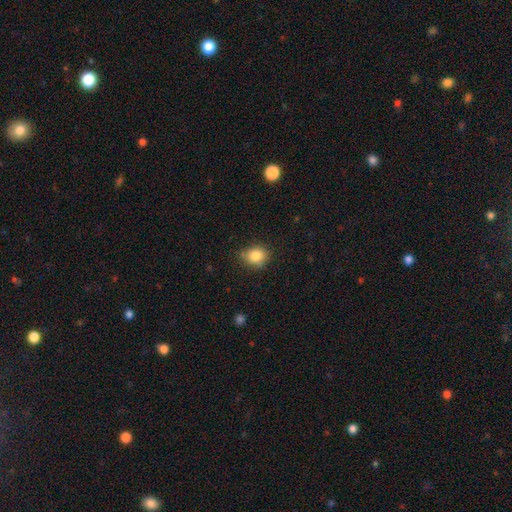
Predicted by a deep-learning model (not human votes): This appears to be a smooth galaxy with no disk features (84%) that is round (66%). Merging: none (77%).